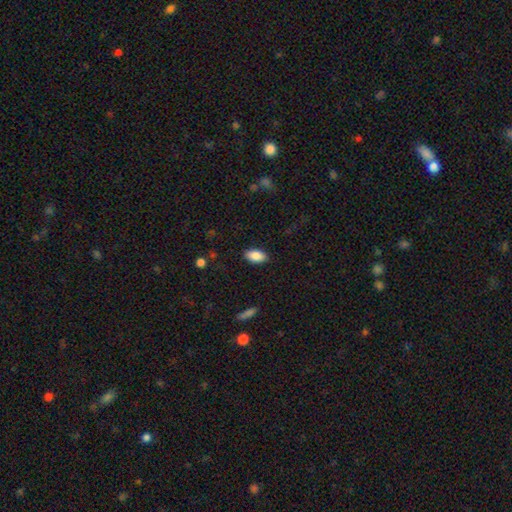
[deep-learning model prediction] The model was most divided on "merging": none: 88%, minor disturbance: 9%, major disturbance: 2%, merger: 1%. More confident: how rounded — in between (93%); smooth or featured — smooth (87%).